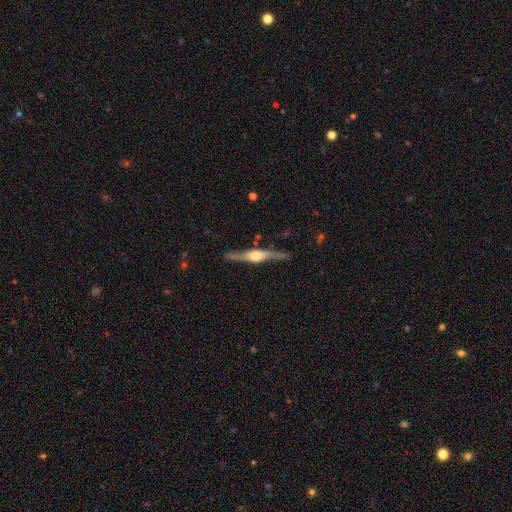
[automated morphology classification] A featured or disk galaxy (79%) viewed edge-on (95%) with a rounded central bulge (84%). Merging: none (84%).